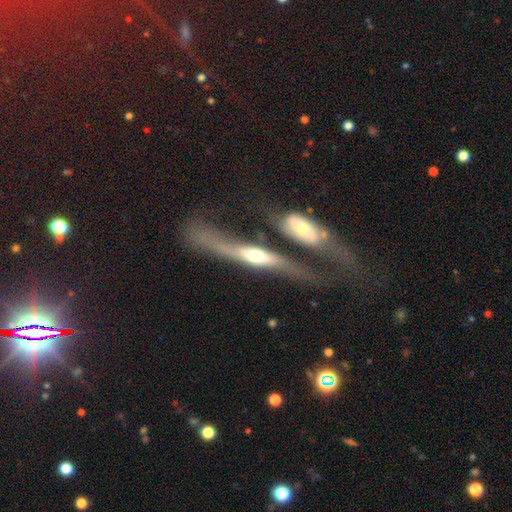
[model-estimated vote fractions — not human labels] A featured or disk galaxy (70%) viewed edge-on (70%). Merging: merger (44%).